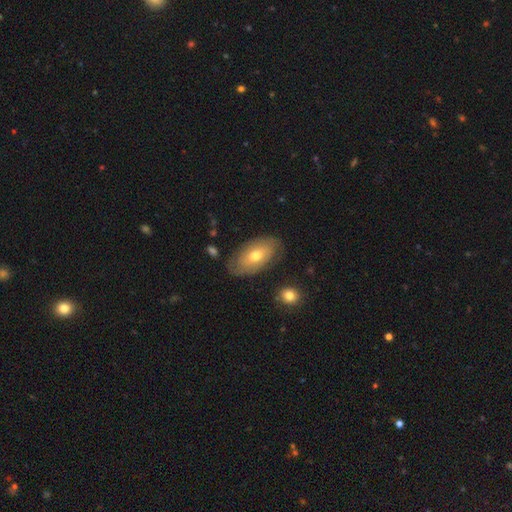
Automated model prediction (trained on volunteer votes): Smooth or featured? featured or disk (50%)
Edge-on disk? no (90%)
Merging? none (76%)